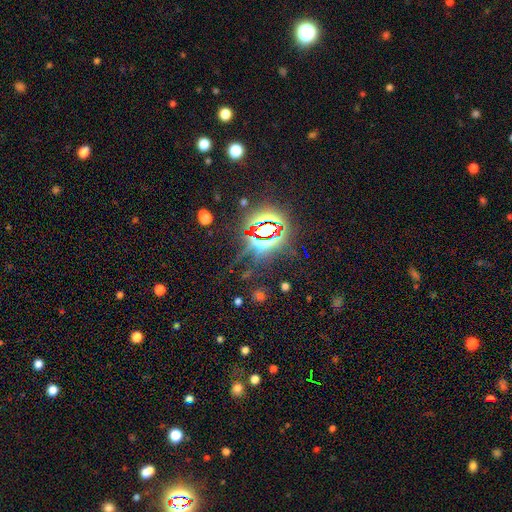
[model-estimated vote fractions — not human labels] A star or artifact, not a galaxy (82%).